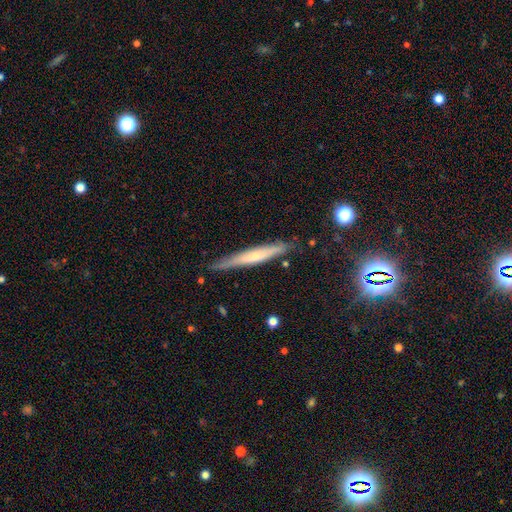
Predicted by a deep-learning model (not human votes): Smooth or featured: featured or disk — 52% (smooth — 40%)
Edge-on disk: yes — 93% (no — 7%)
Merging: none — 84% (minor disturbance — 12%)